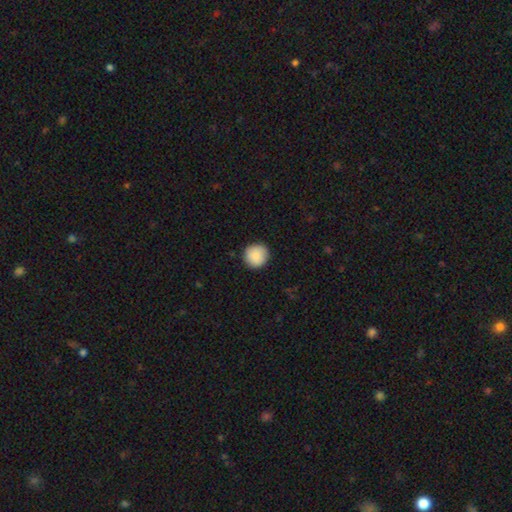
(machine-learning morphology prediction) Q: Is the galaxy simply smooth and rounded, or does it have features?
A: smooth — 88%.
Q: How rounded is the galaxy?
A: round — 94%.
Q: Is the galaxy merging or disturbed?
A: none — 91%.